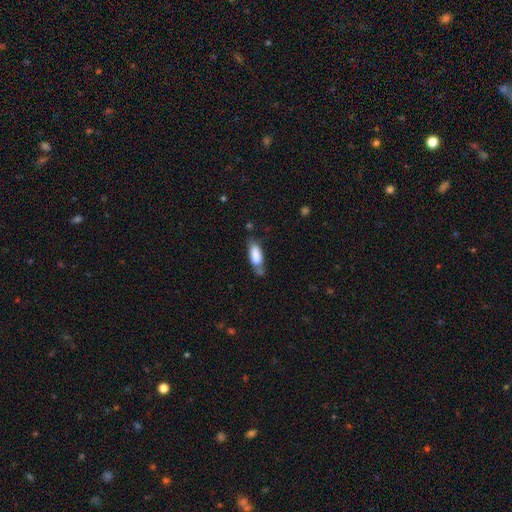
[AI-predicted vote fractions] smooth-or-featured: smooth: 78% | featured or disk: 15% | star or artifact: 7%
  how-rounded: in between: 67% | cigar-shaped: 31% | round: 2%
  merging: none: 50% | minor disturbance: 30% | major disturbance: 11% | merger: 10%